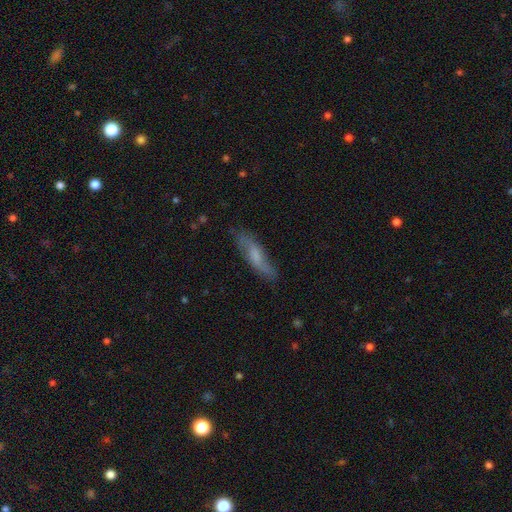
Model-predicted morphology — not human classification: smooth_or_featured: smooth (p=0.55) [alt: featured or disk p=0.38]
how_rounded: cigar-shaped (p=0.70) [alt: in between p=0.28]
merging: none (p=0.77) [alt: minor disturbance p=0.17]